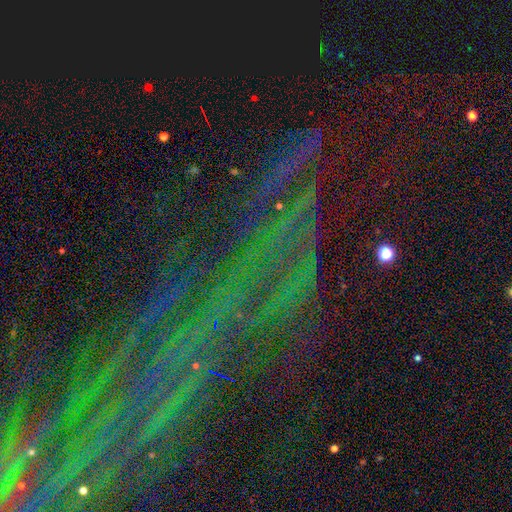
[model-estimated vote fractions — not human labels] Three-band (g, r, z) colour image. It shows a star or artifact, not a galaxy (81%).